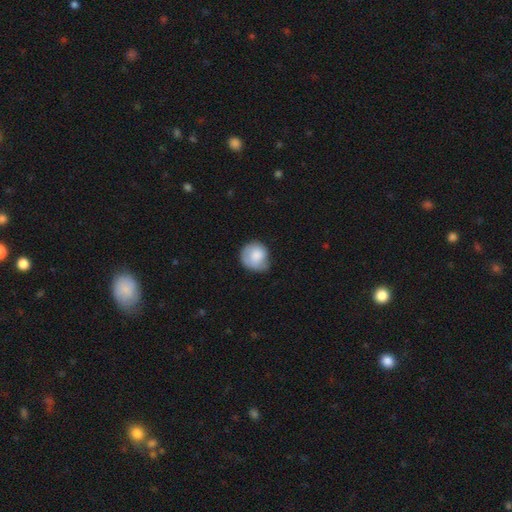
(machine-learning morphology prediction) A smooth galaxy with no disk features (78%) that is round (84%). Merging: none (52%).